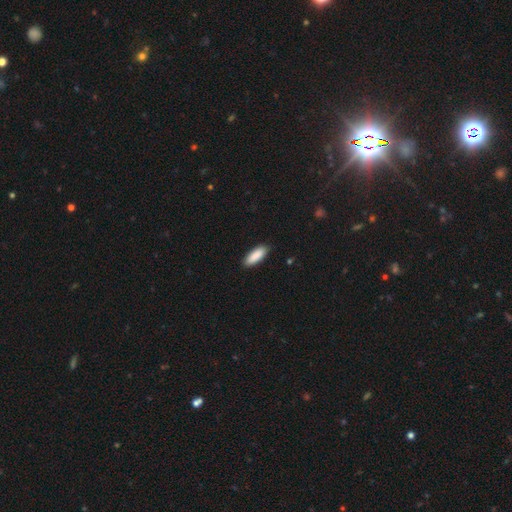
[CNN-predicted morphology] A smooth galaxy with no disk features (90%) that is in between round and cigar-shaped (64%). Merging: none (89%).